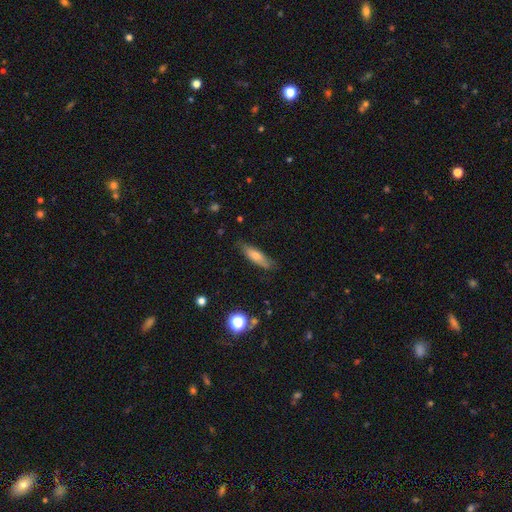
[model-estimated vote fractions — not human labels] The model was most divided on "how rounded": cigar-shaped: 63%, in between: 35%, round: 2%. More confident: merging — none (80%); smooth or featured — smooth (69%).